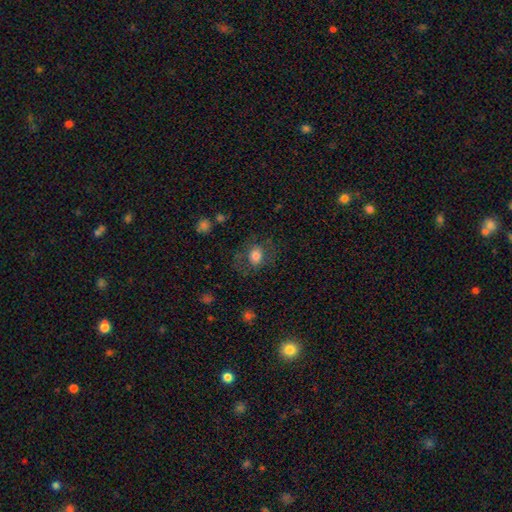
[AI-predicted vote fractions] A smooth galaxy with no disk features (73%) that is round (53%). Merging: none (68%).